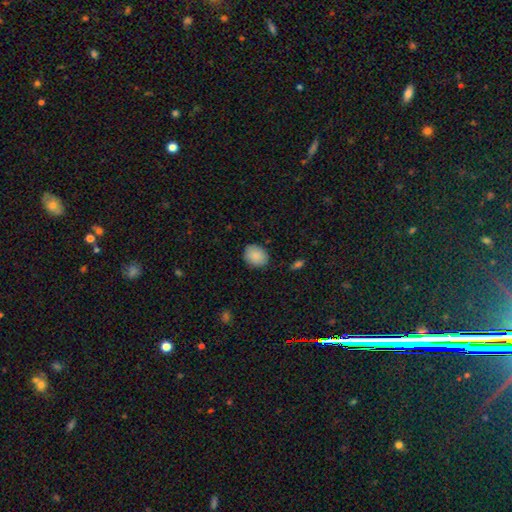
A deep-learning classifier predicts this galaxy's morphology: smooth 88%, star or artifact 7%, featured or disk 5%. Down the decision tree: how rounded — round (50%); merging — none (85%).